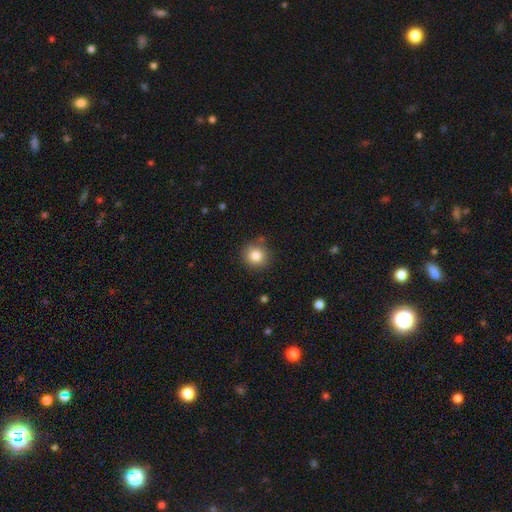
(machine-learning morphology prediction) A smooth galaxy with no disk features (84%) that is round (90%).

Vote fractions:
- Smooth or featured? smooth: 84% / star or artifact: 11% / featured or disk: 6%
- How rounded? round: 90% / in between: 9% / cigar-shaped: 1%
- Merging? none: 85% / minor disturbance: 10% / major disturbance: 3% / merger: 3%